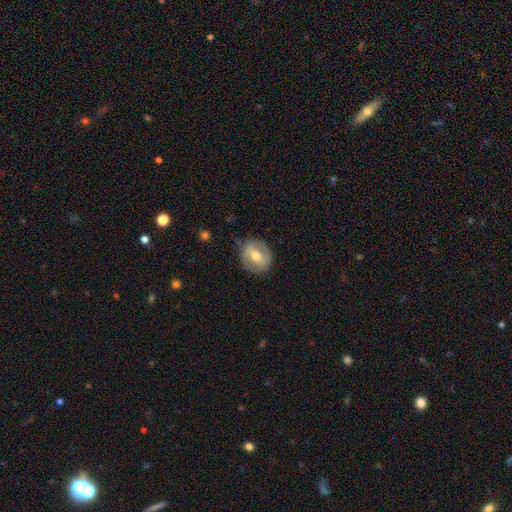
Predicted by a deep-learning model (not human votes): This is possibly a featured or disk galaxy (55%). It is clearly not viewed edge-on (94%). Bar: marginally weak (40%, tied with strong). Spiral arm pattern: possibly yes (57%). Central bulge: likely moderate (67%). Merging: clearly none (81%).